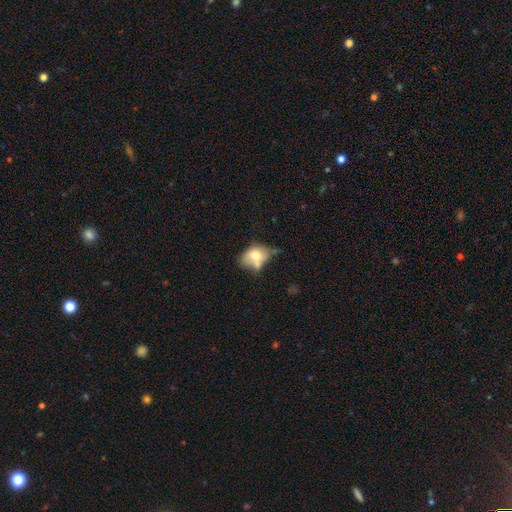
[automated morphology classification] This is likely a smooth galaxy (65%). How rounded: likely in between (72%). Merging: marginally merger (33%).